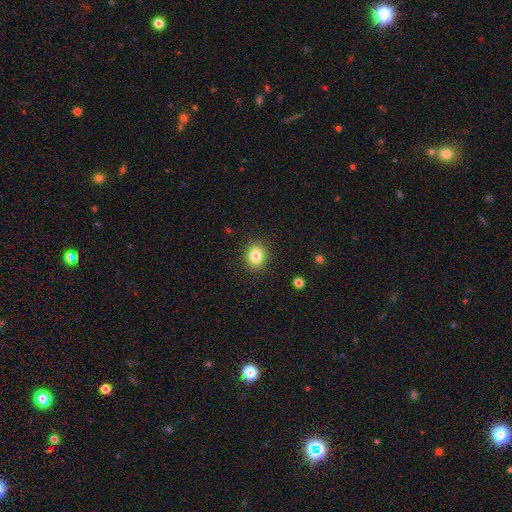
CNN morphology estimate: A smooth galaxy with no disk features (83%) that is round (64%).

Vote fractions:
- Smooth or featured? smooth: 83% / star or artifact: 10% / featured or disk: 7%
- How rounded? round: 64% / in between: 35% / cigar-shaped: 1%
- Merging? none: 89% / minor disturbance: 7% / major disturbance: 2% / merger: 1%